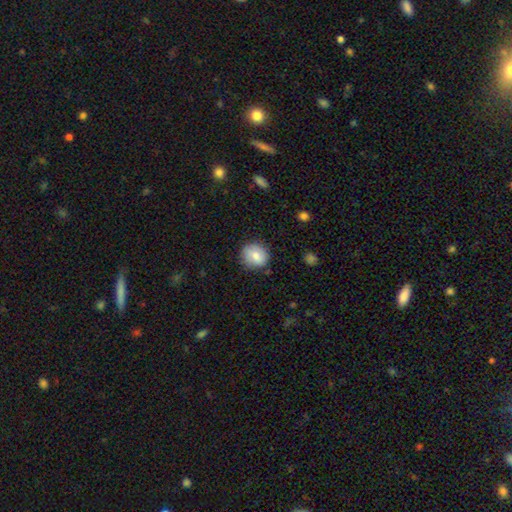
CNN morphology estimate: Q: Smooth or featured?
A: smooth (77%); runner-up: featured or disk (14%)
Q: How rounded?
A: round (83%); runner-up: in between (16%)
Q: Merging?
A: none (82%); runner-up: minor disturbance (14%)